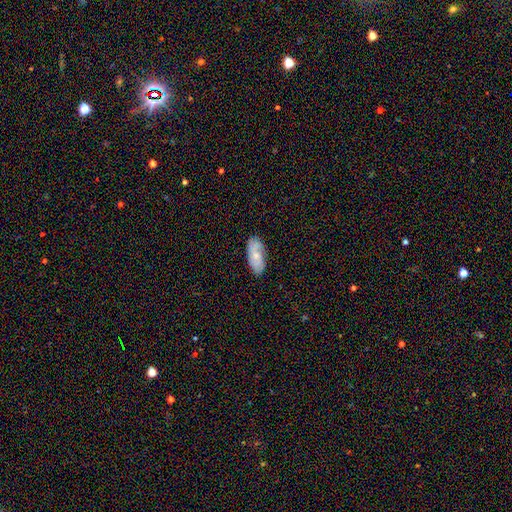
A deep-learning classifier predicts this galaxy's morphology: The model was most divided on "smooth or featured": smooth: 53%, featured or disk: 40%, star or artifact: 7%. More confident: how rounded — in between (88%); merging — none (77%).